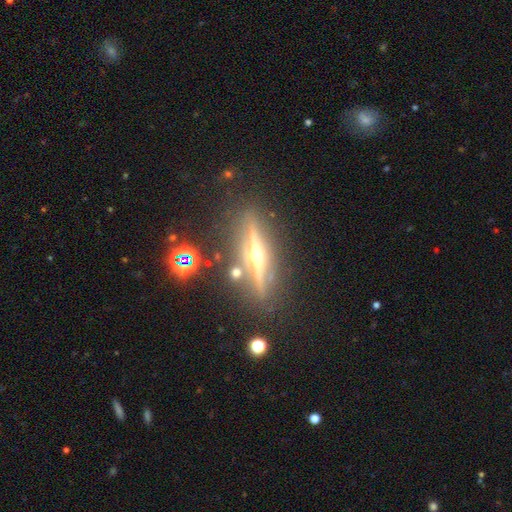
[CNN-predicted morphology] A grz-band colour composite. It shows a featured or disk galaxy (81%) viewed edge-on (96%) with a rounded central bulge (95%). Merging: none (86%).